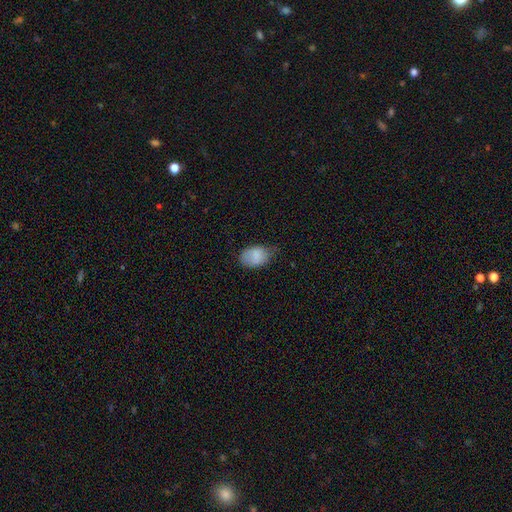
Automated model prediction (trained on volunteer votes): smooth_or_featured: smooth (p=0.84) [alt: featured or disk p=0.09]
how_rounded: in between (p=0.85) [alt: round p=0.13]
merging: none (p=0.50) [alt: minor disturbance p=0.39]